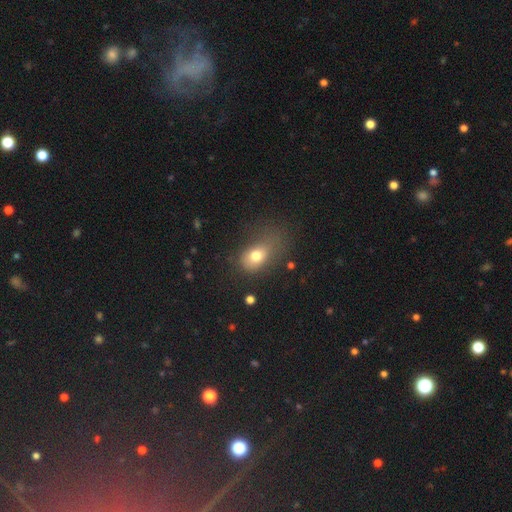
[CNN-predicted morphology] This is likely a smooth galaxy (73%). How rounded: likely in between (72%). Merging: marginally none (37%).